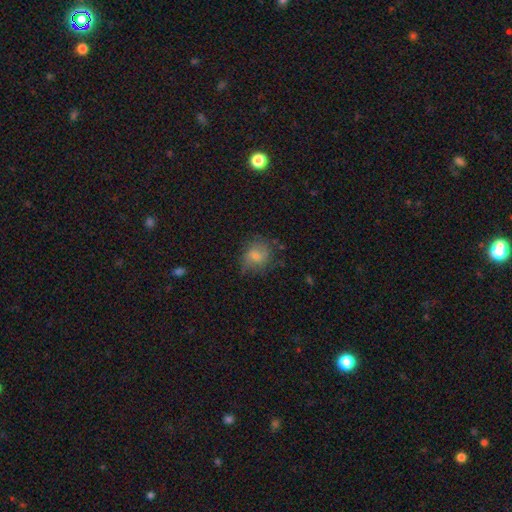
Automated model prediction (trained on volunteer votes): This is likely a smooth galaxy (62%). How rounded: likely round (64%). Merging: likely none (66%).